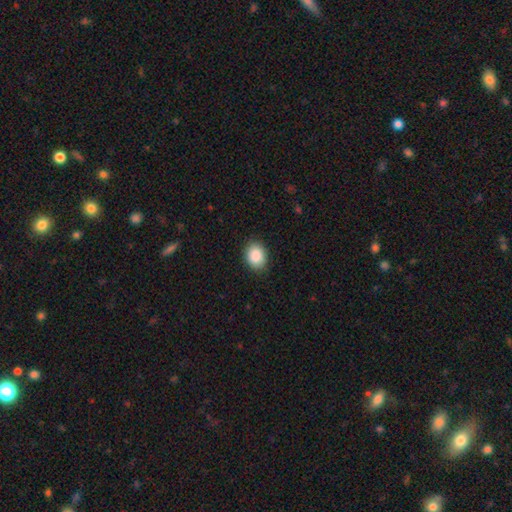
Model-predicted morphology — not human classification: Smooth or featured? Predicted: smooth (p=0.89). How rounded? Predicted: in between (p=0.59). Merging? Predicted: none (p=0.88).